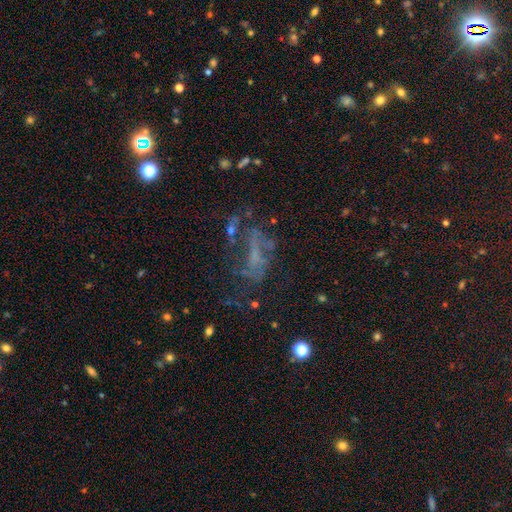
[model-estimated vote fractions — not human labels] featured or disk 50%, star or artifact 27%, smooth 22%. Down the decision tree: edge-on disk — no (92%); merging — none (38%).